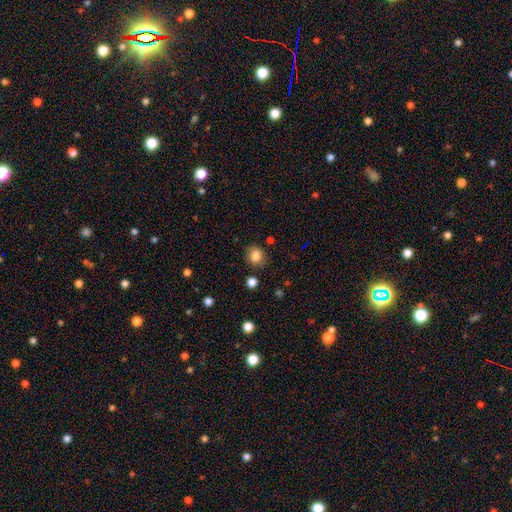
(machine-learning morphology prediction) Smooth or featured: smooth — 83% (star or artifact — 10%)
How rounded: round — 75% (in between — 24%)
Merging: none — 83% (minor disturbance — 11%)